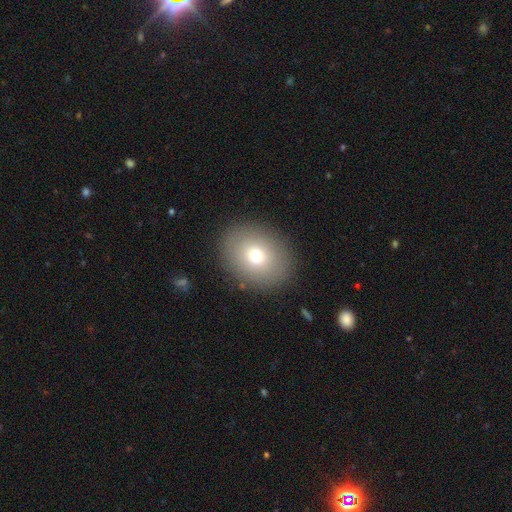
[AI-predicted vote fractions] A smooth galaxy with no disk features (74%) that is round (50%).

Vote fractions:
- Smooth or featured? smooth: 74% / featured or disk: 15% / star or artifact: 12%
- How rounded? round: 50% / in between: 49% / cigar-shaped: 1%
- Merging? none: 88% / minor disturbance: 7% / major disturbance: 3% / merger: 1%